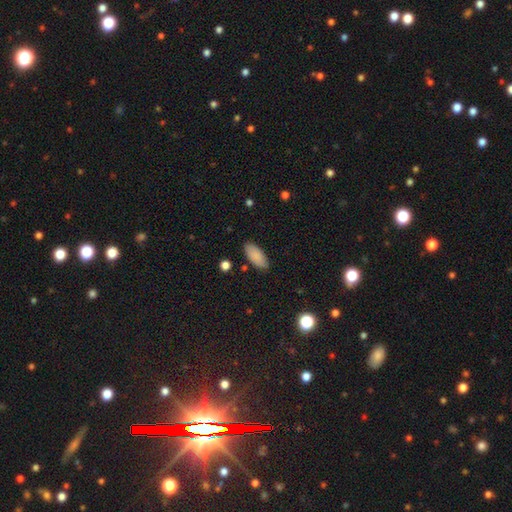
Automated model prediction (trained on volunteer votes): Q: Smooth or featured?
A: smooth (88%); runner-up: star or artifact (7%)
Q: How rounded?
A: in between (87%); runner-up: cigar-shaped (12%)
Q: Merging?
A: none (86%); runner-up: minor disturbance (10%)